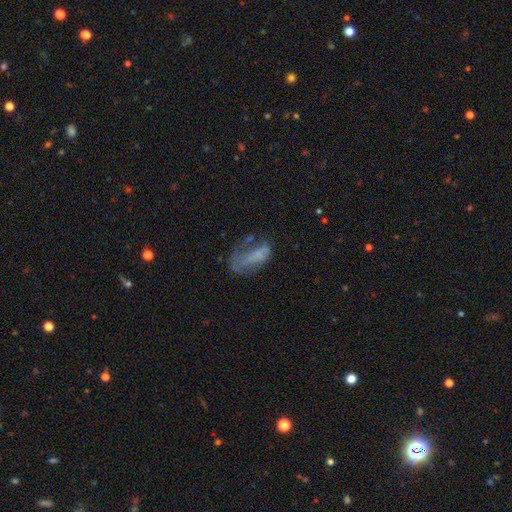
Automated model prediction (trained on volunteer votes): This appears to be a smooth galaxy with no disk features (47%). Merging: major disturbance (44%).